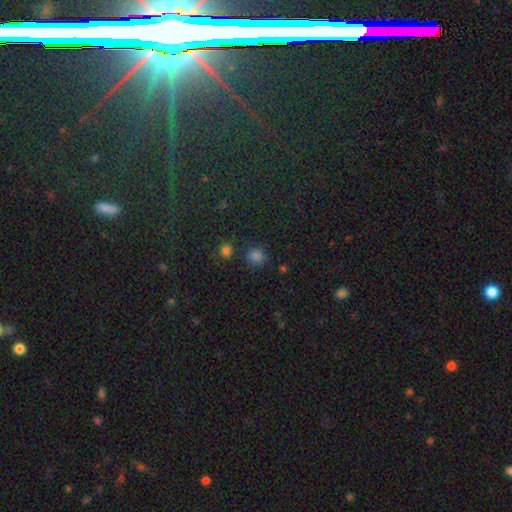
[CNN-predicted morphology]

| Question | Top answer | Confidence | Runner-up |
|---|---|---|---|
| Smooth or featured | smooth | 75% | star or artifact (20%) |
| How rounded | round | 89% | in between (10%) |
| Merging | none | 82% | minor disturbance (10%) |